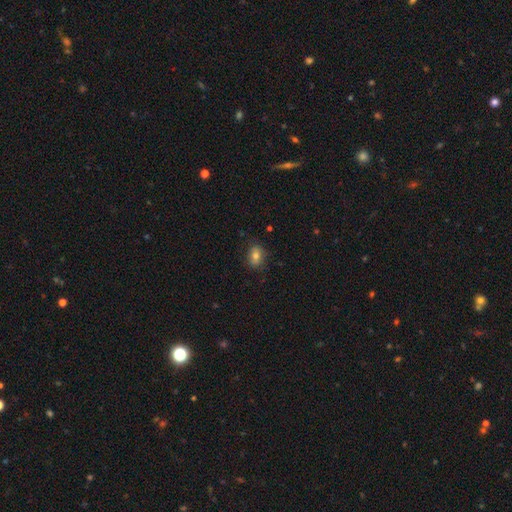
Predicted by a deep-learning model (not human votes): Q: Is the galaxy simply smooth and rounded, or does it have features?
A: smooth — 73%.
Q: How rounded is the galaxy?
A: in between — 64%.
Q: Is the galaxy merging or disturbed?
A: none — 79%.